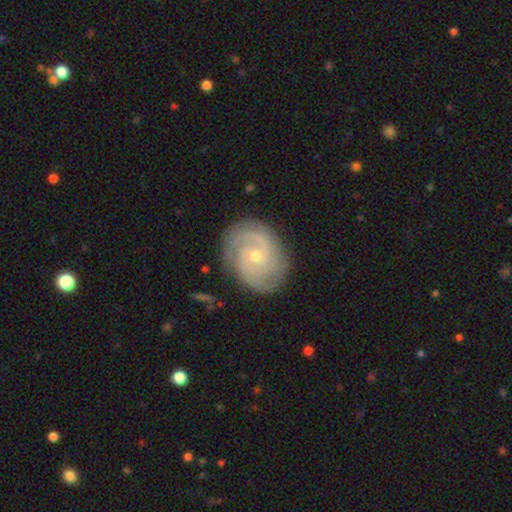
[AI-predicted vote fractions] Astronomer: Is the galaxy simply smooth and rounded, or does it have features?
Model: featured or disk — 88%.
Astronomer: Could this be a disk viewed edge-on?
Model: no — 97%.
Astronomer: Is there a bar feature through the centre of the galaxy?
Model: no — 71%.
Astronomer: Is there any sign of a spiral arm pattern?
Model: yes — 98%.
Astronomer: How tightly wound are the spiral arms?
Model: tight — 73%.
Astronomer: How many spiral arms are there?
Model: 2 — 36% (runner-up: 3, 30%).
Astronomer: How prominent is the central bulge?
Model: small — 65%.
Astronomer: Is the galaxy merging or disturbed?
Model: none — 82%.